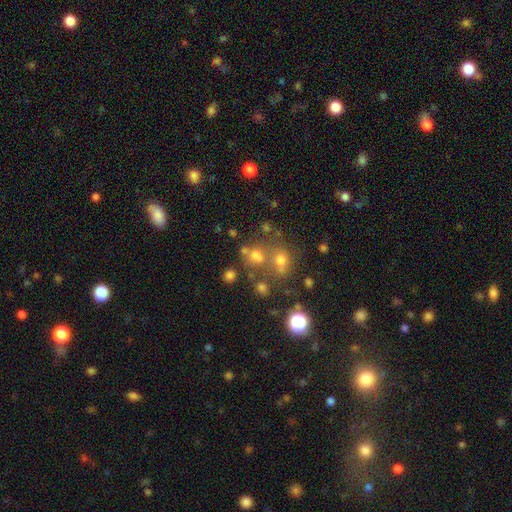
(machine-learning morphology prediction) Q: Smooth or featured?
A: smooth (62%); runner-up: star or artifact (23%)
Q: How rounded?
A: round (65%); runner-up: in between (34%)
Q: Merging?
A: none (43%); runner-up: merger (38%)